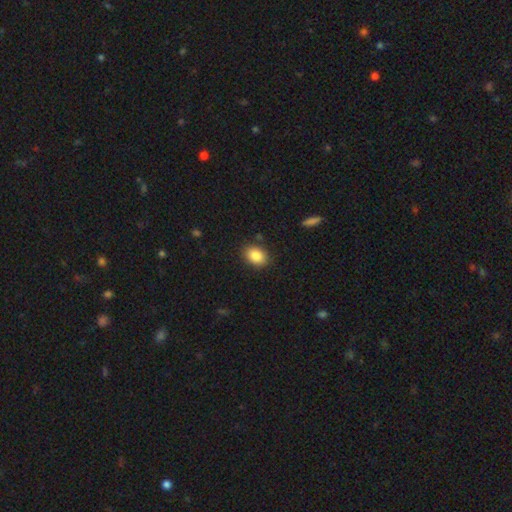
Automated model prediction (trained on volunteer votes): The model was most divided on "how rounded": in between: 69%, round: 30%, cigar-shaped: 1%. More confident: merging — none (87%); smooth or featured — smooth (86%).